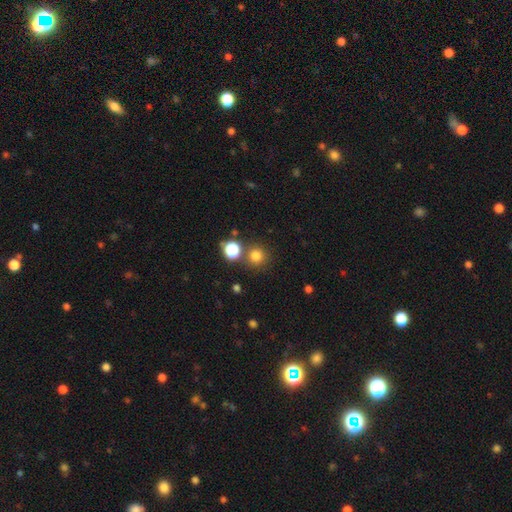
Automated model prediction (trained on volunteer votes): smooth-or-featured: smooth: 78% | star or artifact: 17% | featured or disk: 5%
  how-rounded: round: 93% | in between: 6% | cigar-shaped: 1%
  merging: none: 79% | merger: 11% | minor disturbance: 7% | major disturbance: 3%